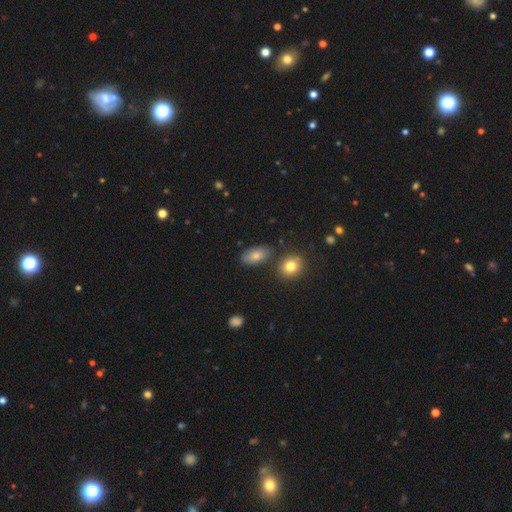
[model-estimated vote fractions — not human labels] Smooth or featured?
  - smooth: 80% *
  - featured or disk: 11%
  - star or artifact: 8%
How rounded?
  - in between: 90% *
  - round: 7%
  - cigar-shaped: 3%
Merging?
  - none: 76% *
  - minor disturbance: 14%
  - merger: 7%
  - major disturbance: 3%